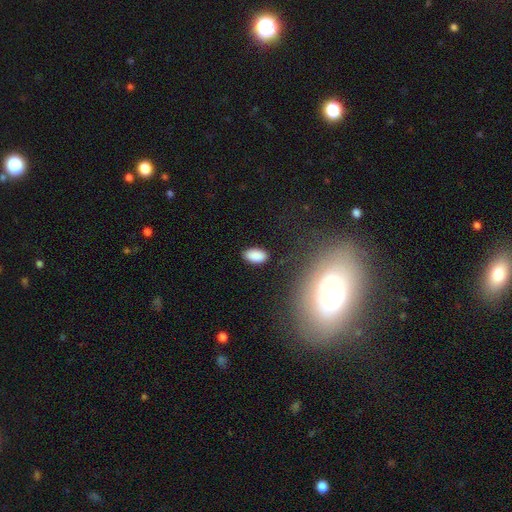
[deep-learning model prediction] Smooth or featured? Predicted: smooth (p=0.87). How rounded? Predicted: in between (p=0.94). Merging? Predicted: none (p=0.85).